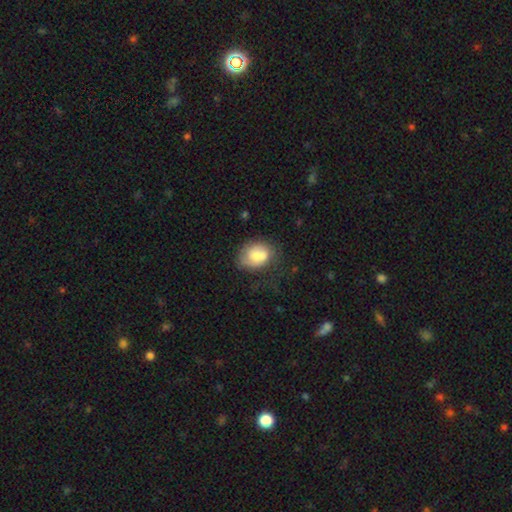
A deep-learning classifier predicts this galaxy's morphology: type=smooth (64%); roundness=in between (54%); merging=none (44%).